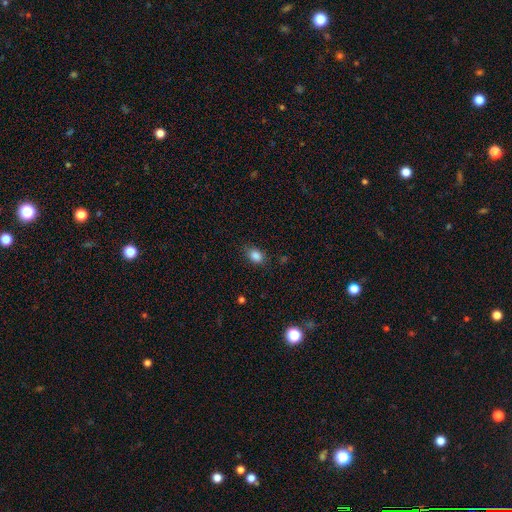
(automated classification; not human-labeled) Smooth or featured?
  - smooth: 86% *
  - star or artifact: 10%
  - featured or disk: 4%
How rounded?
  - in between: 73% *
  - round: 26%
  - cigar-shaped: 1%
Merging?
  - none: 82% *
  - minor disturbance: 13%
  - major disturbance: 4%
  - merger: 1%